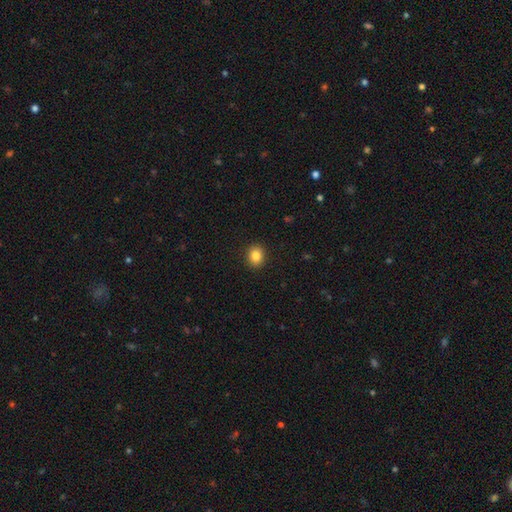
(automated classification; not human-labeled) smooth-or-featured: smooth: 85% | star or artifact: 10% | featured or disk: 5%
  how-rounded: round: 68% | in between: 31% | cigar-shaped: 1%
  merging: none: 92% | minor disturbance: 6% | major disturbance: 2% | merger: 1%